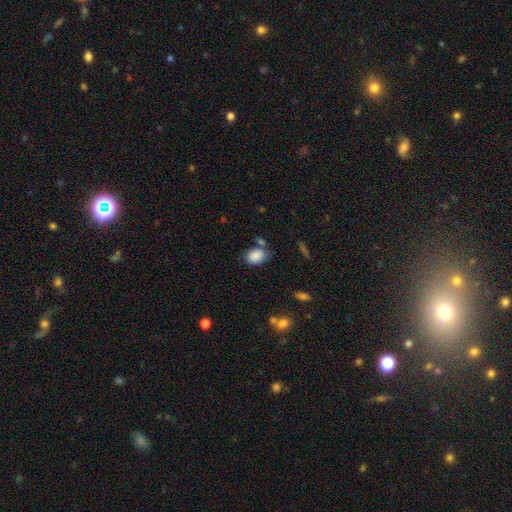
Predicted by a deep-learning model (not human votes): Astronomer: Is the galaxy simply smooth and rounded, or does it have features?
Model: smooth — 86%.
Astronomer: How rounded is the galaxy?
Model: in between — 77%.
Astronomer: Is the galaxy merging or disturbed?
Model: none — 62%.